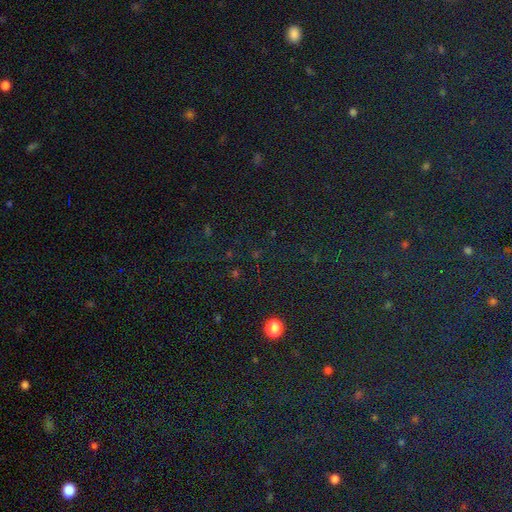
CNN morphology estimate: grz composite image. It shows a star or artifact, not a galaxy (84%).